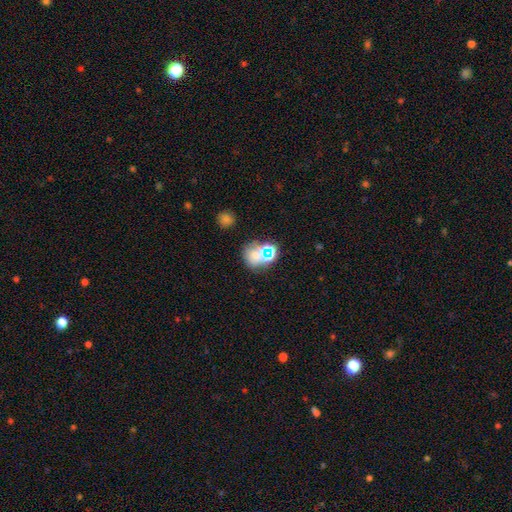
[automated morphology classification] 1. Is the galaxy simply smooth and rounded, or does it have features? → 56% smooth, 30% star or artifact, 14% featured or disk.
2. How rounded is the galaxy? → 68% round, 31% in between, 1% cigar-shaped.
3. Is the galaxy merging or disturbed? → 58% none, 22% merger, 13% minor disturbance, 7% major disturbance.